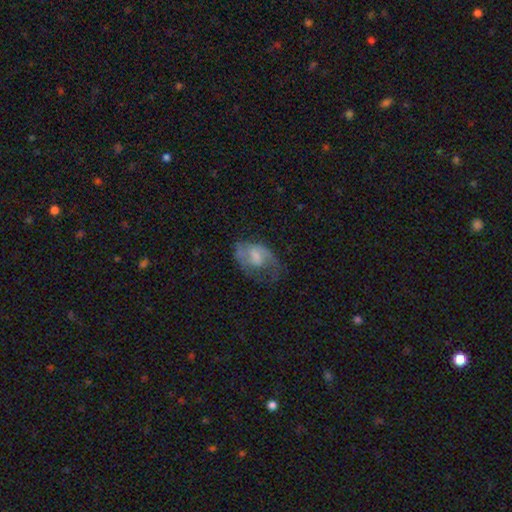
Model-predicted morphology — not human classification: featured or disk 60%, smooth 32%, star or artifact 8%. Down the decision tree: edge-on disk — no (97%); bar — weak (50%); spiral arms — yes (78%); bulge size — moderate (33%); merging — none (43%).